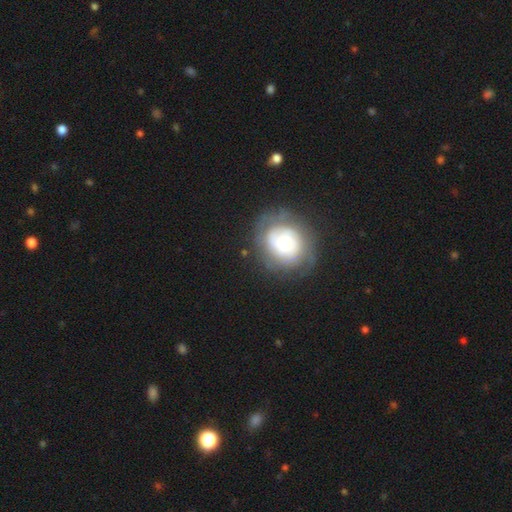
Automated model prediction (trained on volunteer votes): A smooth galaxy with no disk features (49%). Merging: none (85%).